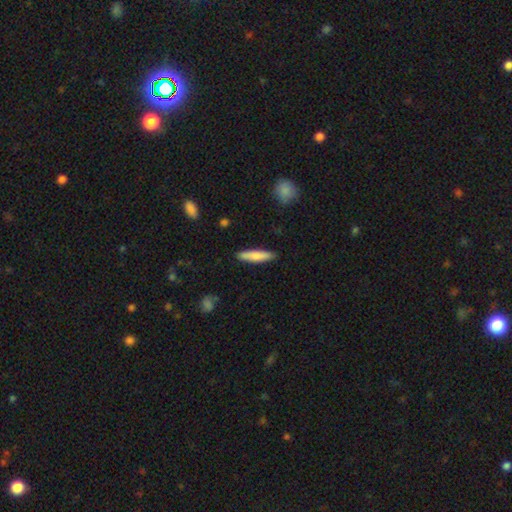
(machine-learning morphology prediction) Smooth or featured? smooth (80%)
How rounded? cigar-shaped (82%)
Merging? none (89%)